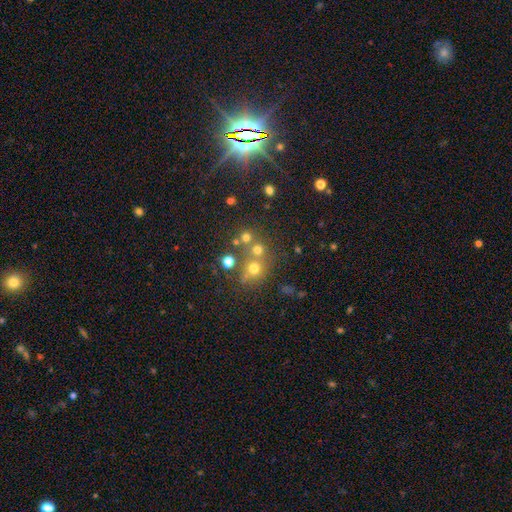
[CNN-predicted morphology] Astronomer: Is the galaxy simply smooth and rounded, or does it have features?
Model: star or artifact — 48% (runner-up: smooth, 36%).